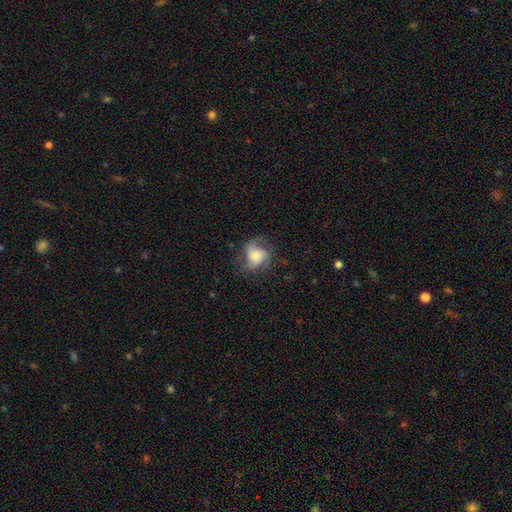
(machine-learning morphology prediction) smooth-or-featured: featured or disk: 55% | smooth: 36% | star or artifact: 9%
  disk-edge-on: no: 97% | yes: 3%
    bar: no: 69% | weak: 26% | strong: 5%
    has-spiral-arms: yes: 90% | no: 10%
    bulge-size: large: 35% | moderate: 25% | none: 16% | small: 15% | dominant: 9%
  merging: none: 59% | minor disturbance: 22% | major disturbance: 18% | merger: 2%